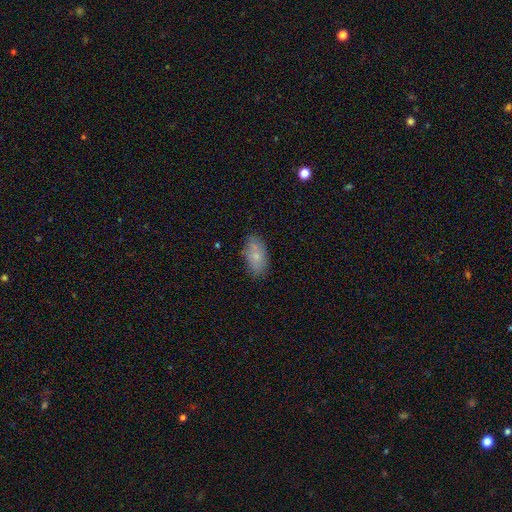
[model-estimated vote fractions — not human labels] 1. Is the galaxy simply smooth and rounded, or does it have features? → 73% smooth, 20% featured or disk, 8% star or artifact.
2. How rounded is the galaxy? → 92% in between, 4% cigar-shaped, 4% round.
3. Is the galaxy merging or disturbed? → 77% none, 17% minor disturbance, 4% major disturbance, 3% merger.